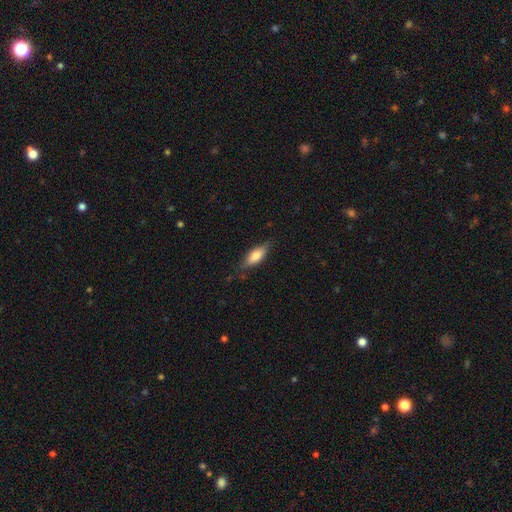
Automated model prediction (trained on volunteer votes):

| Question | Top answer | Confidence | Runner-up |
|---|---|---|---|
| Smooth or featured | smooth | 73% | featured or disk (20%) |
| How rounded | in between | 70% | cigar-shaped (27%) |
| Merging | none | 76% | minor disturbance (19%) |